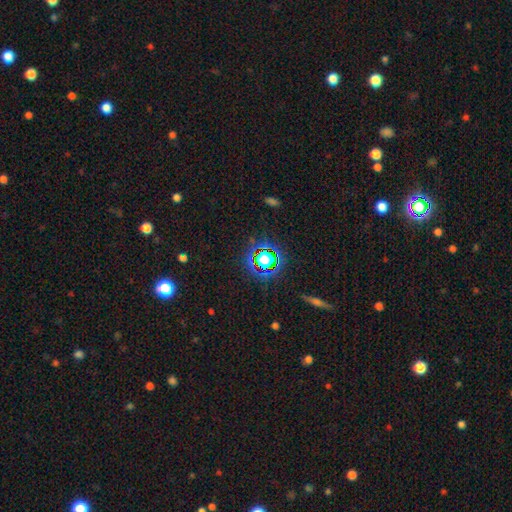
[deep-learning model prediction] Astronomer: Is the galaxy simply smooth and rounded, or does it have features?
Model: star or artifact — 77%.